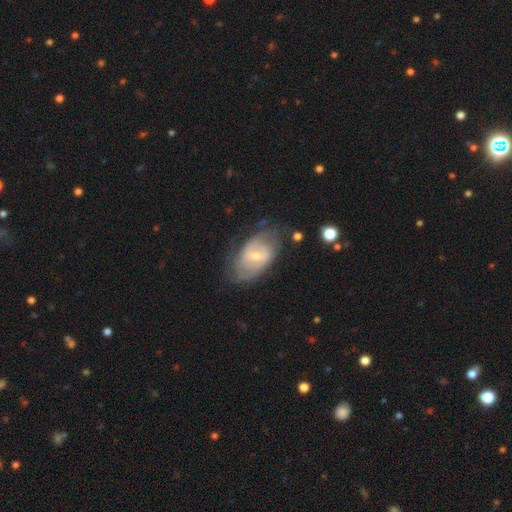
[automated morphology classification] This appears to be a featured or disk galaxy (72%) with a weak bar (51%), can't tell (42%, tied with 2) tight (51%) spiral arms (78%) and a small central bulge (54%). Merging: none (61%).